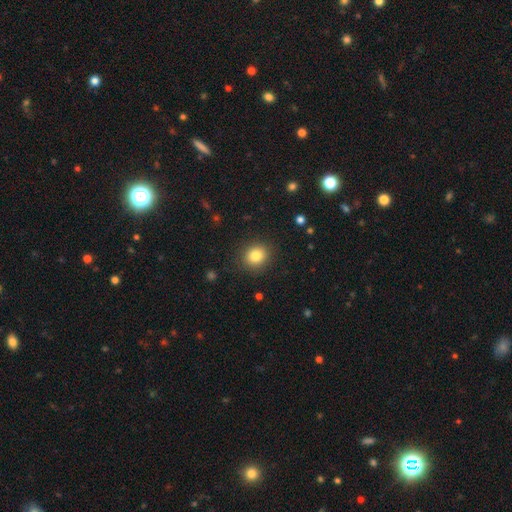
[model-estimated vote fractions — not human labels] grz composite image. It shows a smooth galaxy with no disk features (82%) that is round (78%). Merging: none (88%).